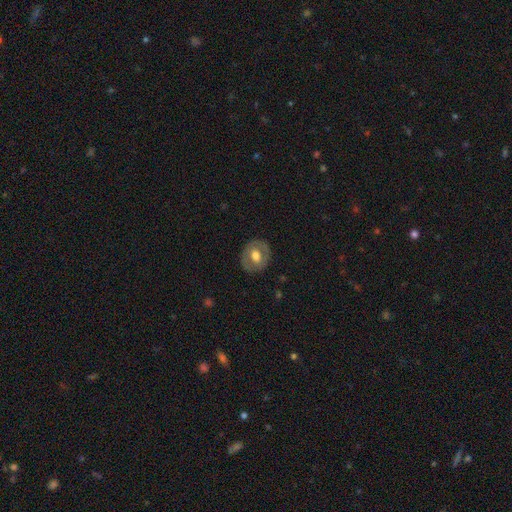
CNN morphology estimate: smooth_or_featured: smooth (p=0.48) [alt: featured or disk p=0.46]
merging: none (p=0.82) [alt: minor disturbance p=0.12]